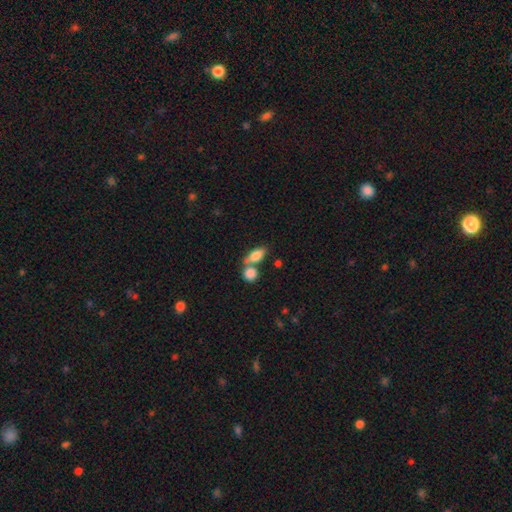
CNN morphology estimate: A smooth galaxy with no disk features (78%) that is in between round and cigar-shaped (78%).

Vote fractions:
- Smooth or featured? smooth: 78% / featured or disk: 15% / star or artifact: 8%
- How rounded? in between: 78% / cigar-shaped: 12% / round: 10%
- Merging? none: 47% / merger: 39% / minor disturbance: 11% / major disturbance: 4%